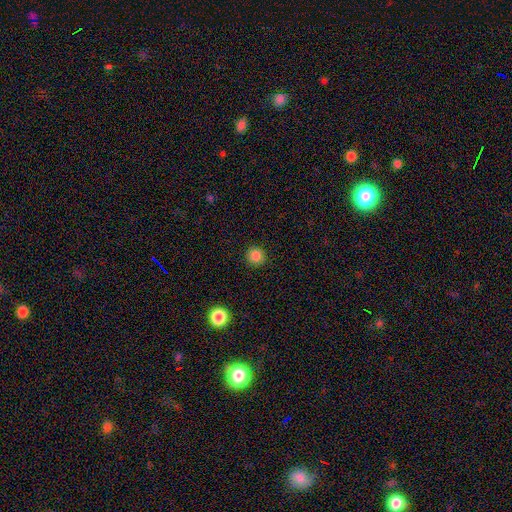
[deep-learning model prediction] Smooth or featured: smooth — 85% (star or artifact — 12%)
How rounded: round — 94% (in between — 5%)
Merging: none — 91% (minor disturbance — 6%)